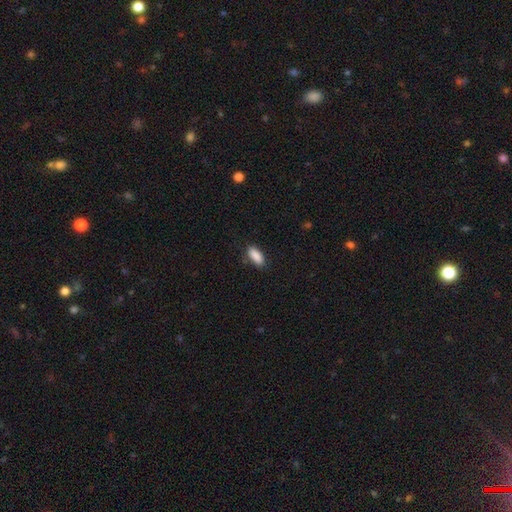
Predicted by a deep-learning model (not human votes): Overall: smooth (89%). How rounded: in between (78%). Merging: none (79%).